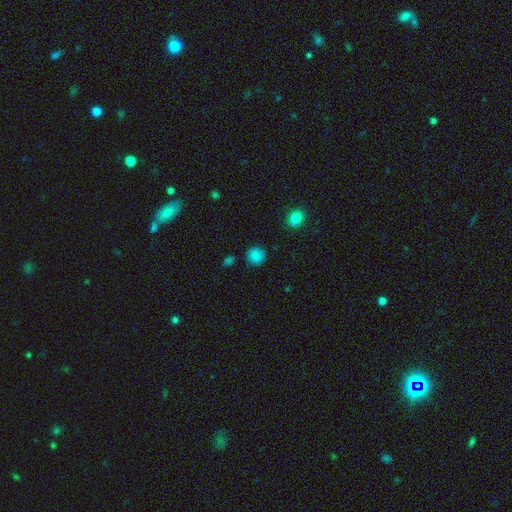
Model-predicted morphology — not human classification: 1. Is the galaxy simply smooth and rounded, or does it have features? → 85% smooth, 11% star or artifact, 4% featured or disk.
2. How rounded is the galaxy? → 91% round, 8% in between, 1% cigar-shaped.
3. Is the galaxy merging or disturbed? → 86% none, 9% minor disturbance, 3% major disturbance, 2% merger.